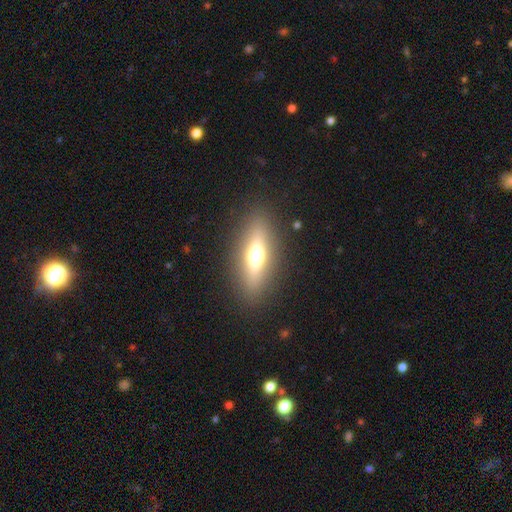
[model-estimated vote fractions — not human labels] Smooth or featured? smooth (52%)
How rounded? in between (52%)
Merging? none (87%)